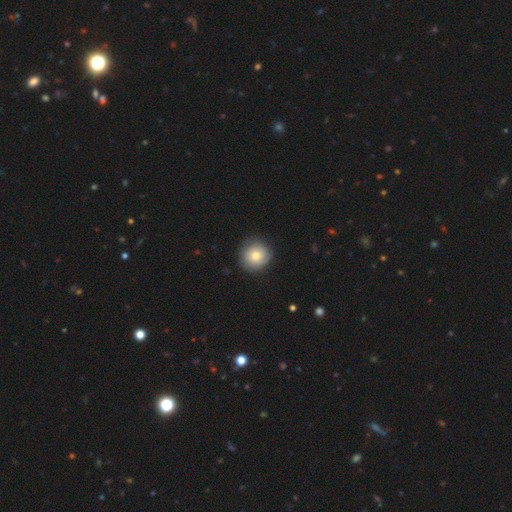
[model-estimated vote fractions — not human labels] This appears to be a smooth galaxy with no disk features (75%) that is round (93%). Merging: none (83%).